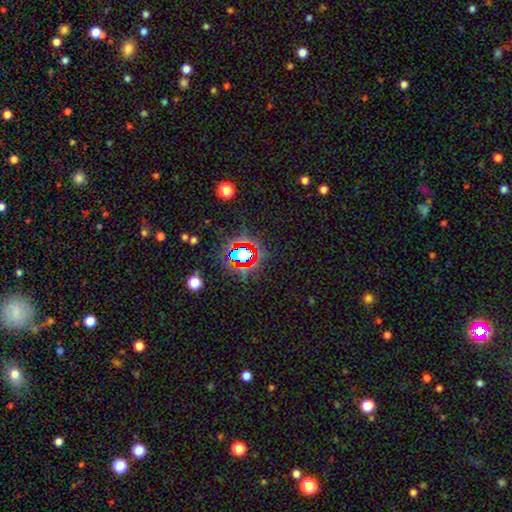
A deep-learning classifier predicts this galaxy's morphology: Overall: star or artifact (76%).